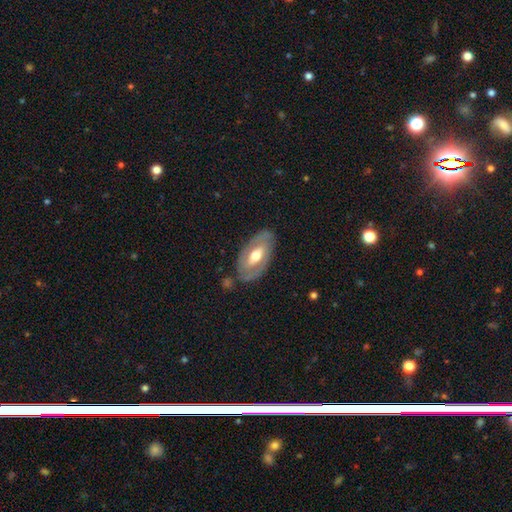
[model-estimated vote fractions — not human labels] smooth_or_featured: featured or disk (p=0.58) [alt: smooth p=0.37]
disk_edge_on: no (p=0.87) [alt: yes p=0.13]
bar: no (p=0.47) [alt: weak p=0.33]
has_spiral_arms: no (p=0.64) [alt: yes p=0.36]
bulge_size: moderate (p=0.71) [alt: large p=0.15]
merging: none (p=0.76) [alt: minor disturbance p=0.16]